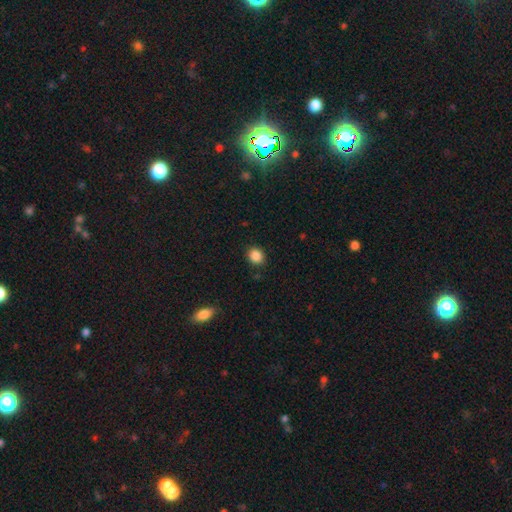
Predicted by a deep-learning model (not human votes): Smooth or featured? Predicted: smooth (p=0.87). How rounded? Predicted: round (p=0.67). Merging? Predicted: none (p=0.88).